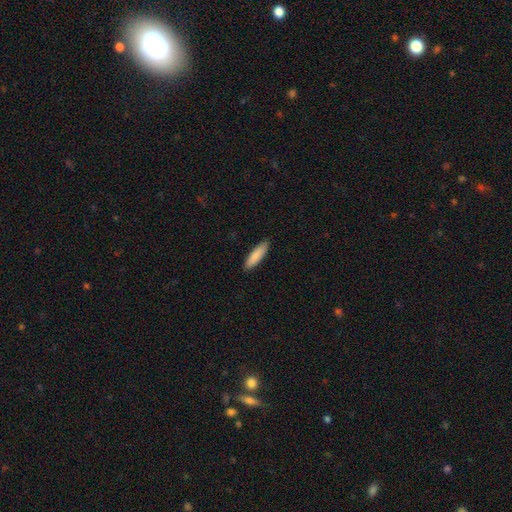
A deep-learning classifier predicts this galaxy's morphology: This is clearly a smooth galaxy (86%). How rounded: likely cigar-shaped (70%). Merging: clearly none (90%).